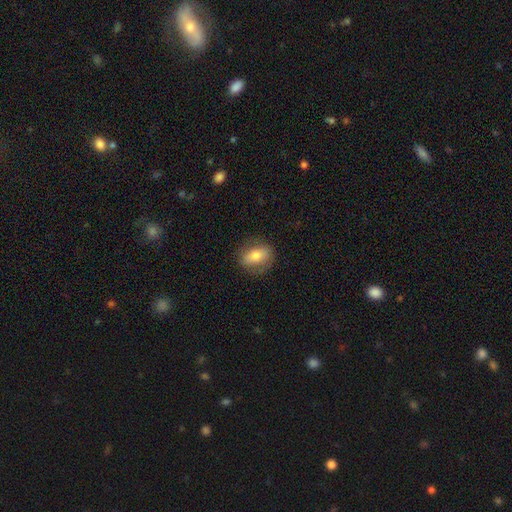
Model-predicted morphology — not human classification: Smooth or featured?
  - smooth: 64% *
  - featured or disk: 29%
  - star or artifact: 8%
How rounded?
  - in between: 68% *
  - round: 29%
  - cigar-shaped: 3%
Merging?
  - none: 80% *
  - minor disturbance: 14%
  - major disturbance: 5%
  - merger: 1%